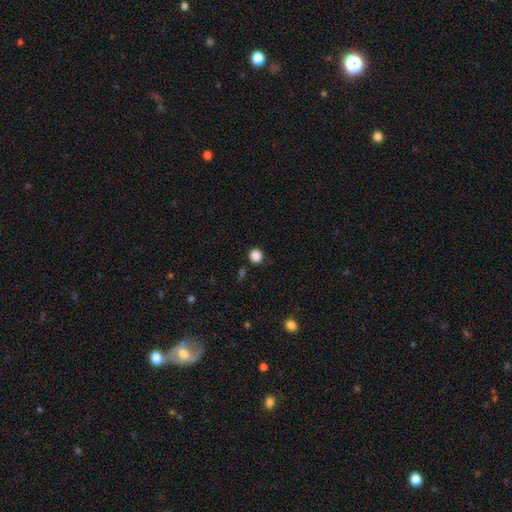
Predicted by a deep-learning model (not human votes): smooth 86%, star or artifact 11%, featured or disk 3%. Down the decision tree: how rounded — round (90%); merging — none (86%).